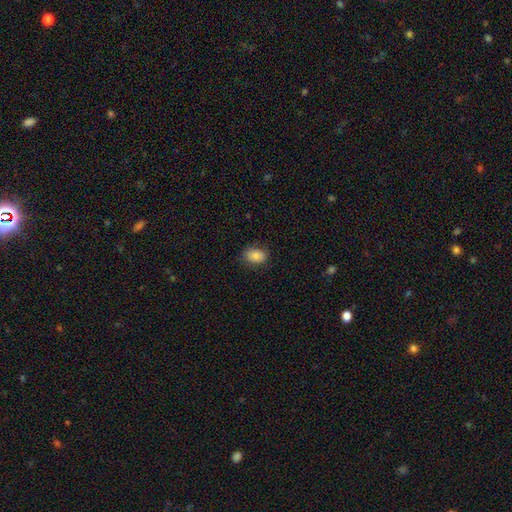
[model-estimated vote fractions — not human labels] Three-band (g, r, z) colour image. It shows a smooth galaxy with no disk features (83%) that is in between round and cigar-shaped (78%). Merging: none (82%).